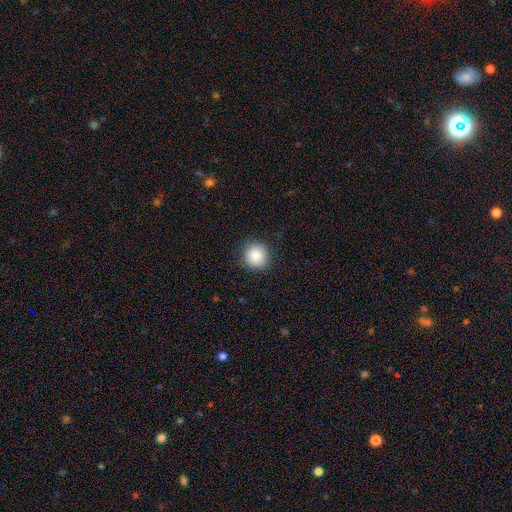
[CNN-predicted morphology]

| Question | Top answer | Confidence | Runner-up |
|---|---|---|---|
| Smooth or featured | smooth | 87% | star or artifact (9%) |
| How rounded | round | 92% | in between (7%) |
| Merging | none | 90% | minor disturbance (7%) |